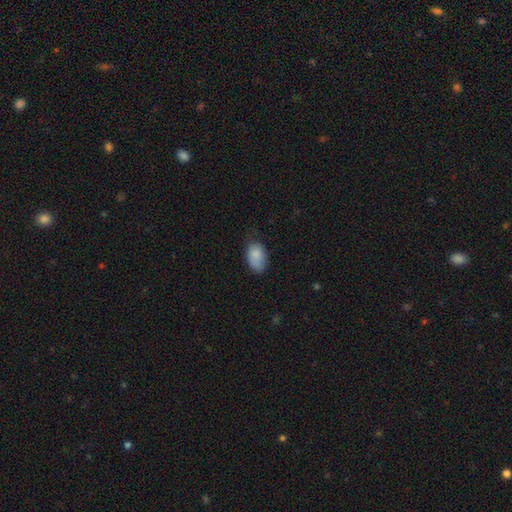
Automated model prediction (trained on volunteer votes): A smooth galaxy with no disk features (85%) that is in between round and cigar-shaped (90%). Merging: none (61%).